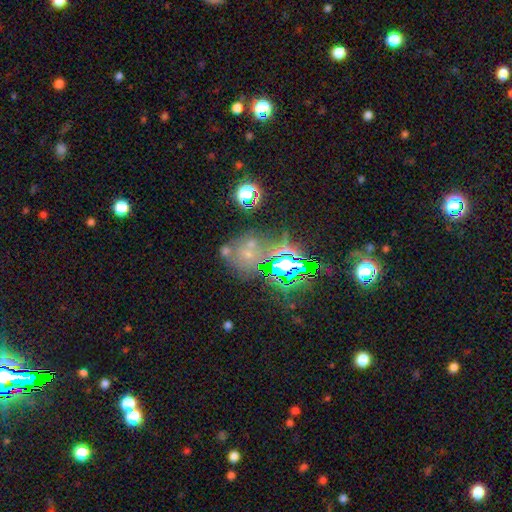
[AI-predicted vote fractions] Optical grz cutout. It shows a star or artifact, not a galaxy (69%).